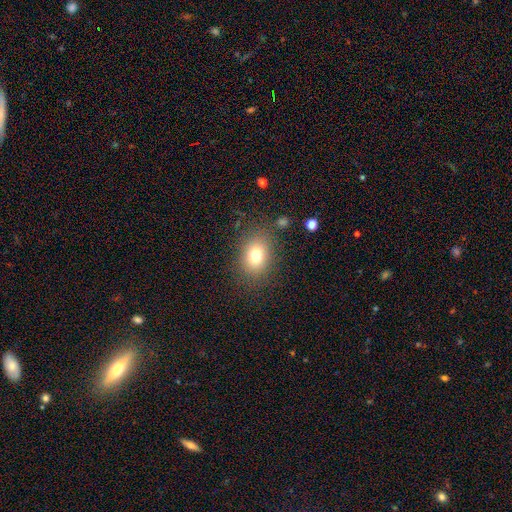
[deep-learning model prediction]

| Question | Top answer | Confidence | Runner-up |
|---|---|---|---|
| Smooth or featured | smooth | 76% | star or artifact (13%) |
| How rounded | in between | 62% | round (37%) |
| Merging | none | 82% | minor disturbance (11%) |